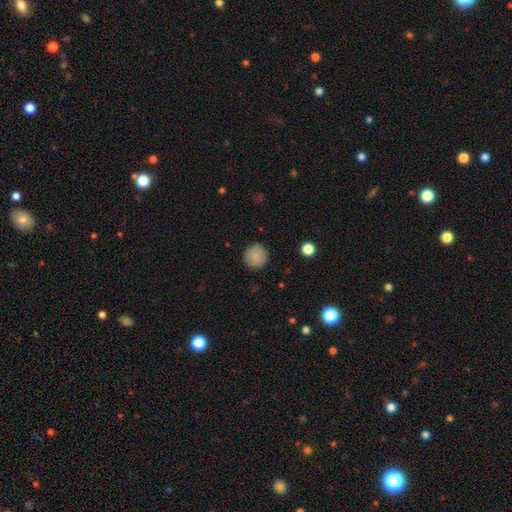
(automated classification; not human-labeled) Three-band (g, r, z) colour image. It shows a smooth galaxy with no disk features (87%) that is round (94%). Merging: none (89%).